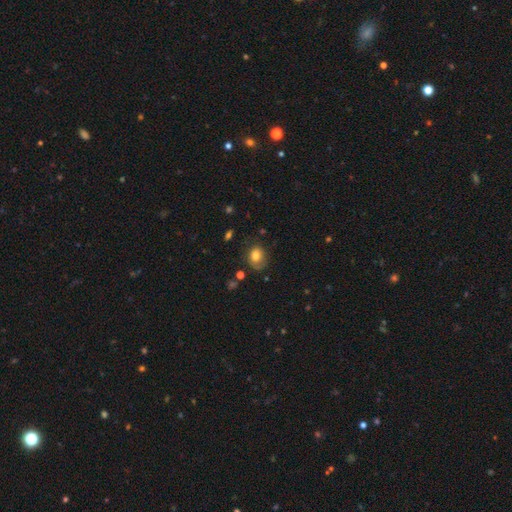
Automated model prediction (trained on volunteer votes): The model was most divided on "how rounded": round: 52%, in between: 47%, cigar-shaped: 1%. More confident: smooth or featured — smooth (74%); merging — none (64%).